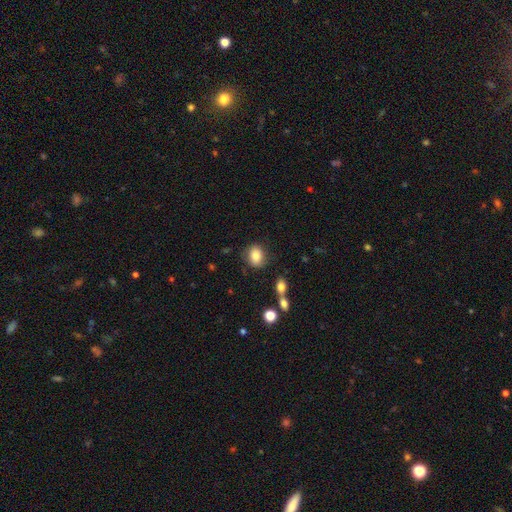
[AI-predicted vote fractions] Q: Smooth or featured?
A: smooth (82%); runner-up: featured or disk (9%)
Q: How rounded?
A: in between (51%); runner-up: round (47%)
Q: Merging?
A: none (78%); runner-up: minor disturbance (14%)